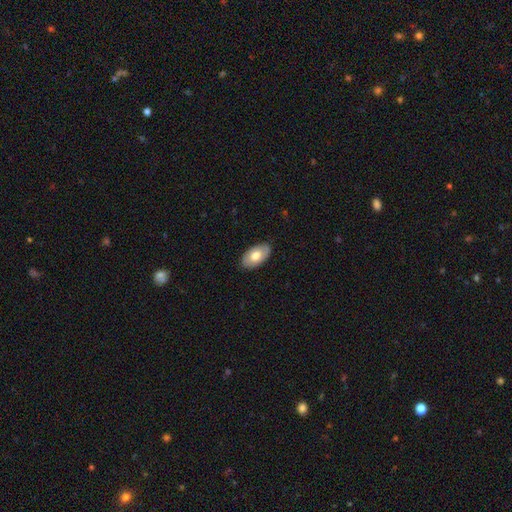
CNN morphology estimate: Q: Smooth or featured?
A: smooth (71%); runner-up: featured or disk (24%)
Q: How rounded?
A: in between (95%); runner-up: round (3%)
Q: Merging?
A: none (87%); runner-up: minor disturbance (10%)